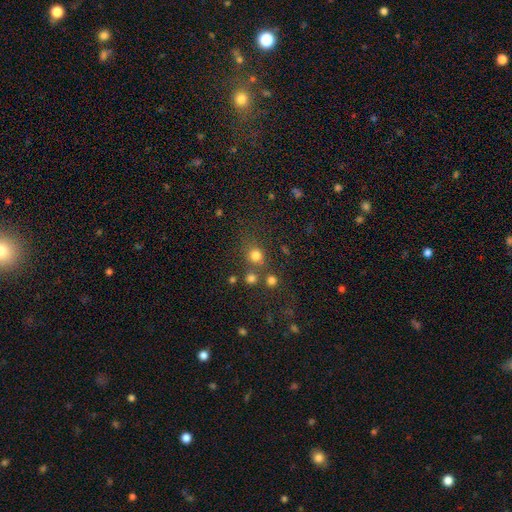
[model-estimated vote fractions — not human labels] Q: Smooth or featured?
A: smooth (74%); runner-up: star or artifact (19%)
Q: How rounded?
A: round (89%); runner-up: in between (10%)
Q: Merging?
A: none (67%); runner-up: merger (19%)